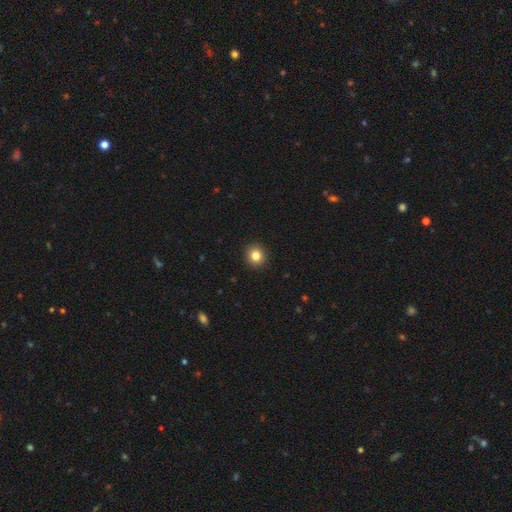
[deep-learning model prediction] smooth-or-featured: smooth: 82% | star or artifact: 11% | featured or disk: 7%
  how-rounded: round: 91% | in between: 8% | cigar-shaped: 1%
  merging: none: 93% | minor disturbance: 5% | major disturbance: 2% | merger: 1%